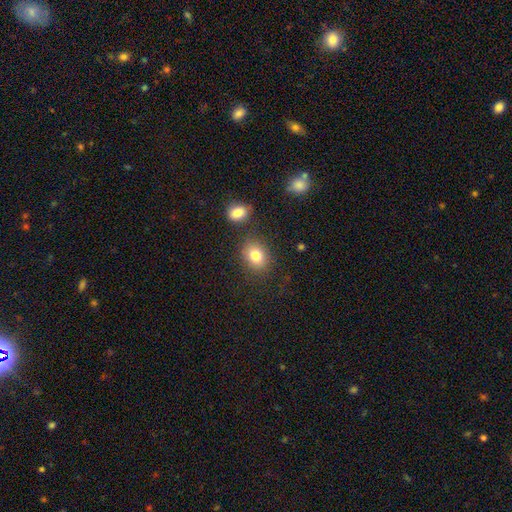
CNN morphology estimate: Overall: smooth (81%). How rounded: in between (53%; round 46%). Merging: none (79%).